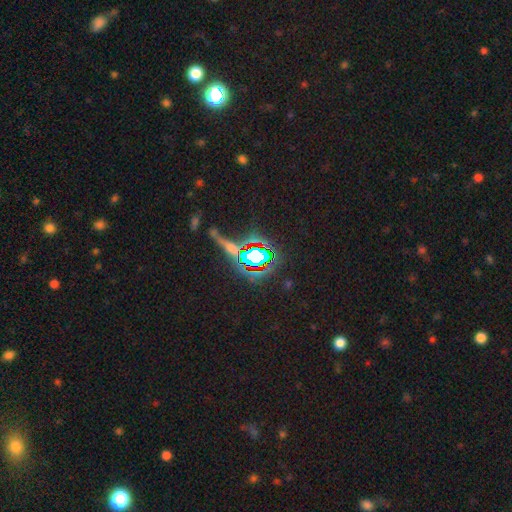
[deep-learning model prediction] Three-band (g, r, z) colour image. It shows a star or artifact, not a galaxy (65%).